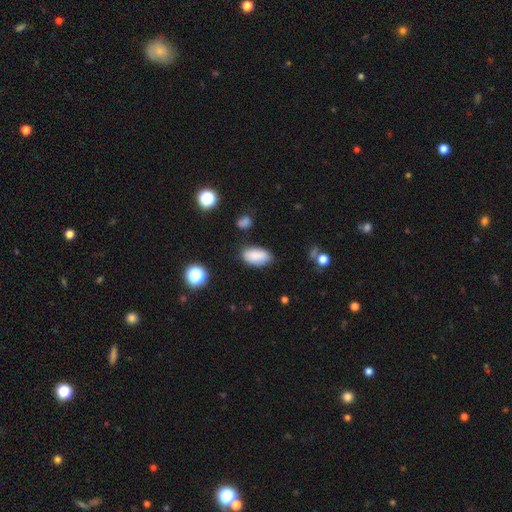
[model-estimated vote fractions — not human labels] Morphology: type=smooth (86%); roundness=in between (93%); merging=none (79%).